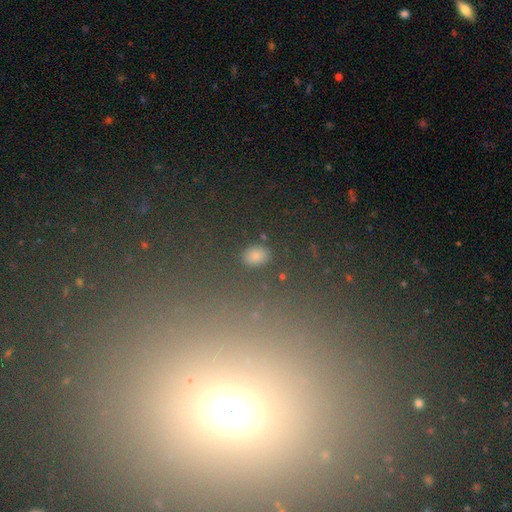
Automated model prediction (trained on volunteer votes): Smooth or featured? Predicted: smooth (p=0.70). How rounded? Predicted: in between (p=0.75). Merging? Predicted: none (p=0.85).